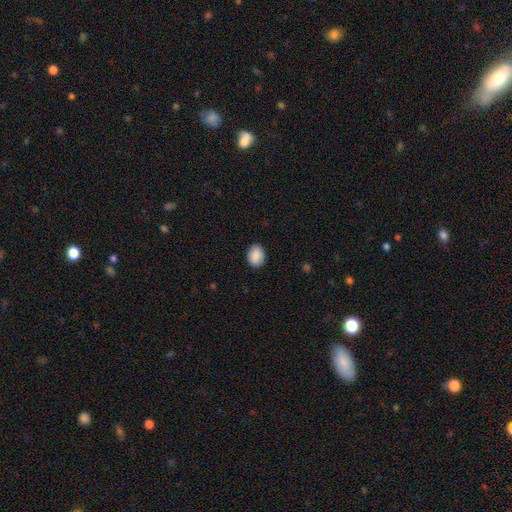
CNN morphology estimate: Smooth or featured? Predicted: smooth (p=0.90). How rounded? Predicted: in between (p=0.75). Merging? Predicted: none (p=0.89).